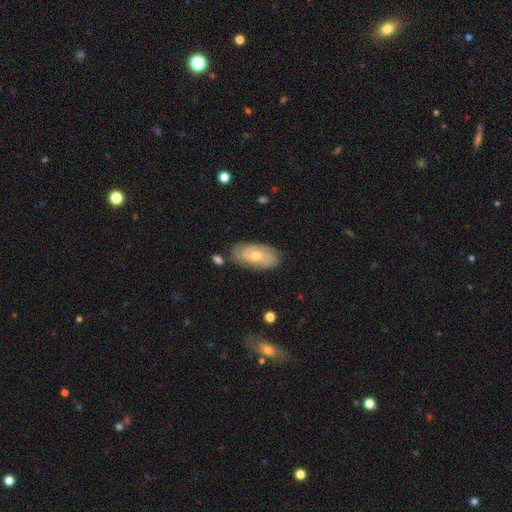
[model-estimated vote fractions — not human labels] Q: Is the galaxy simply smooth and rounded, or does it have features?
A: featured or disk — 63%.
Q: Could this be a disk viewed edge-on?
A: no — 91%.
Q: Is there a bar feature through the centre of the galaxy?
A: no — 71%.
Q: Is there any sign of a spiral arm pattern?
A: yes — 83%.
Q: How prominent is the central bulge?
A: small — 48%, tied with moderate.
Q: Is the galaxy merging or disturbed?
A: none — 79%.